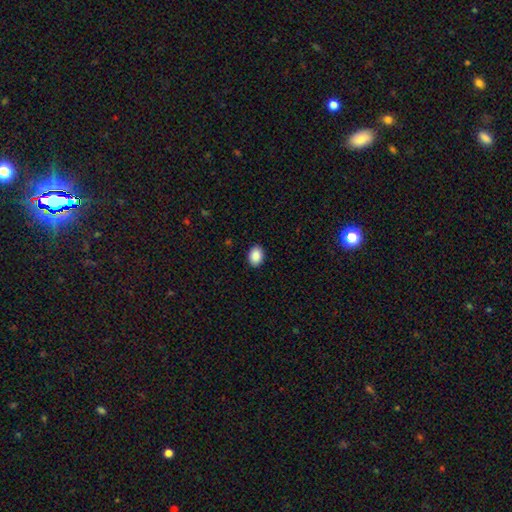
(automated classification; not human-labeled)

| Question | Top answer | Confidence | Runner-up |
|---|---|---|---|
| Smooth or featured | smooth | 89% | star or artifact (8%) |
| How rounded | in between | 71% | round (28%) |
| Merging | none | 90% | minor disturbance (7%) |